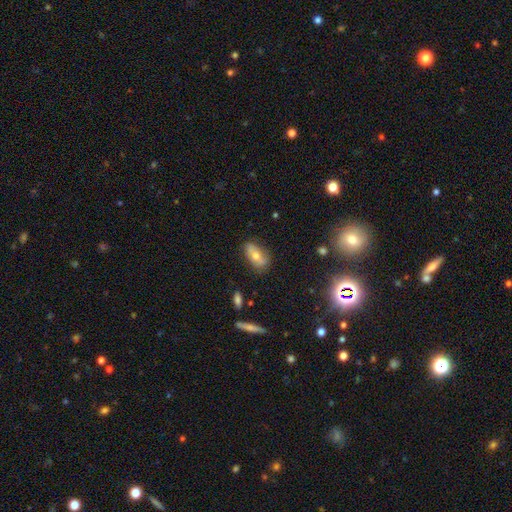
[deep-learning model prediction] This appears to be a smooth galaxy with no disk features (57%) that is in between round and cigar-shaped (84%). Merging: none (79%).